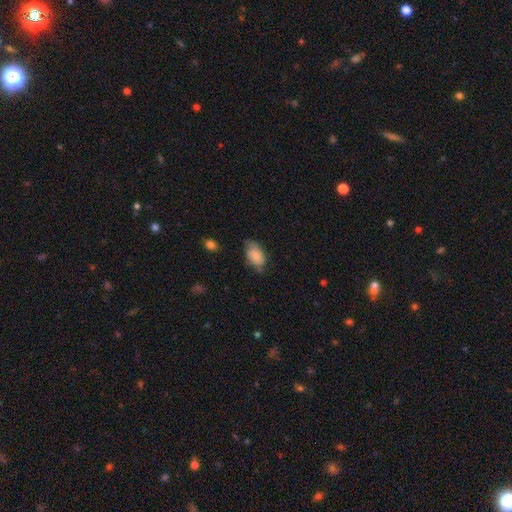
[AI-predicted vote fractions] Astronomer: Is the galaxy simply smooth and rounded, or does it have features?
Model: smooth — 78%.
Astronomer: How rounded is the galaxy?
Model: in between — 91%.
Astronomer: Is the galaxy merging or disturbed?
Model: none — 53% (runner-up: minor disturbance, 35%).